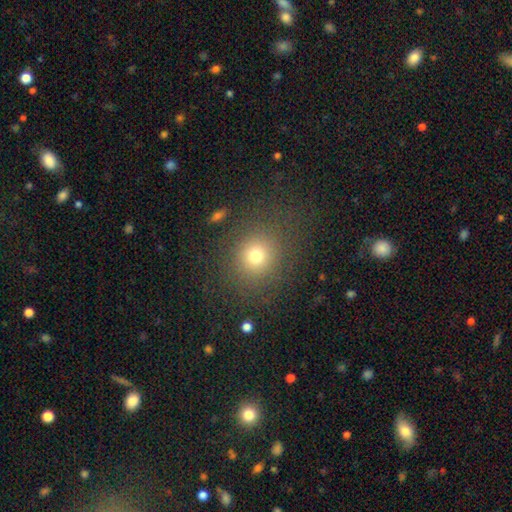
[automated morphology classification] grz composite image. It shows a smooth galaxy with no disk features (74%) that is round (84%). Merging: none (83%).